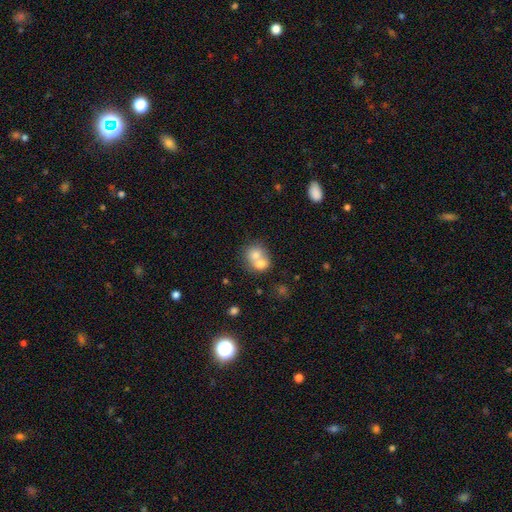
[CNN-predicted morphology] This appears to be a smooth galaxy with no disk features (68%) that is round (69%). Merging: merger (69%).